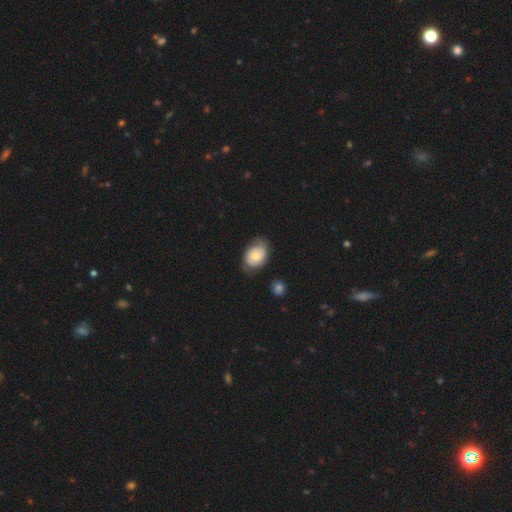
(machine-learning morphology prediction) Smooth or featured?
  - featured or disk: 59% *
  - smooth: 34%
  - star or artifact: 7%
Edge-on disk?
  - no: 97% *
  - yes: 3%
Bar?
  - no: 66% *
  - weak: 30%
  - strong: 5%
Spiral arms?
  - yes: 88% *
  - no: 12%
Bulge size?
  - moderate: 54% *
  - small: 37%
  - large: 5%
  - none: 3%
  - dominant: 1%
Merging?
  - none: 71% *
  - minor disturbance: 21%
  - major disturbance: 6%
  - merger: 2%